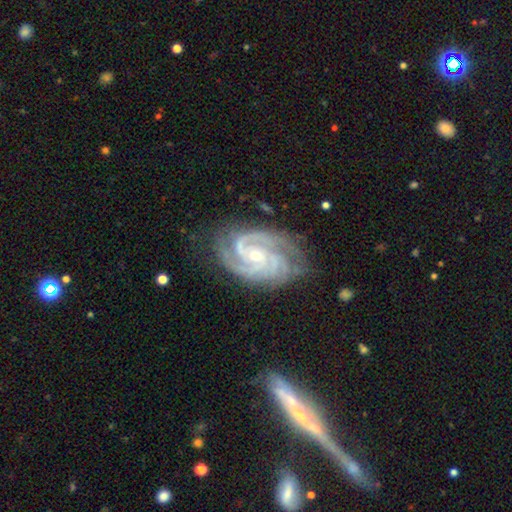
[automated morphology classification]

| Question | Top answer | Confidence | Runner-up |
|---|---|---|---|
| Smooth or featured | featured or disk | 93% | star or artifact (4%) |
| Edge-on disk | no | 98% | yes (2%) |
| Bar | no | 59% | weak (29%) |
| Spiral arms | yes | 99% | no (1%) |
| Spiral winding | tight | 66% | medium (31%) |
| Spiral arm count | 3 | 49% | 2 (19%) |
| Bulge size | small | 68% | moderate (29%) |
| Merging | none | 75% | minor disturbance (18%) |